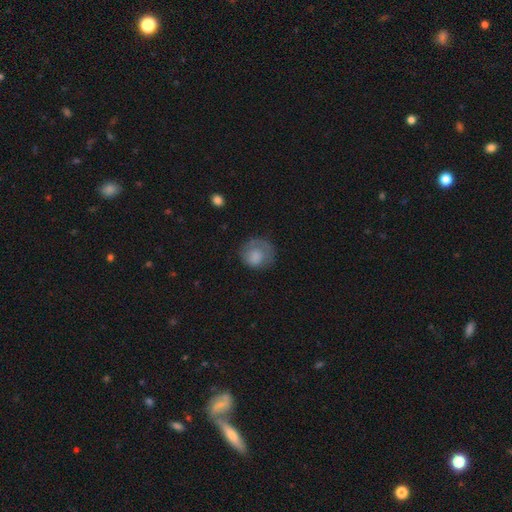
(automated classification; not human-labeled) Smooth or featured? Predicted: smooth (p=0.71). How rounded? Predicted: round (p=0.80). Merging? Predicted: none (p=0.54).